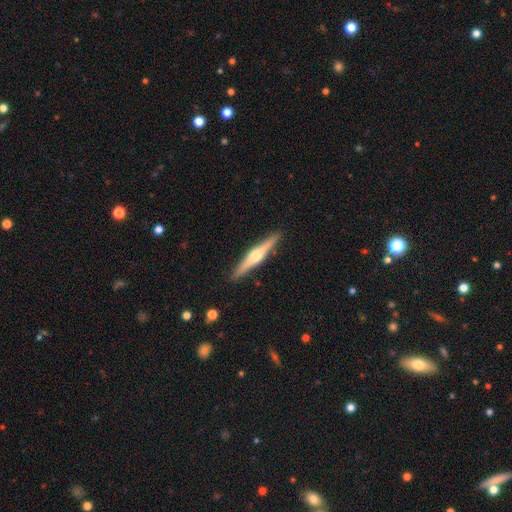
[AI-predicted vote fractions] smooth-or-featured: featured or disk: 75% | smooth: 20% | star or artifact: 5%
  disk-edge-on: yes: 98% | no: 2%
    edge-on-bulge: rounded: 92% | boxy: 5% | none: 3%
  merging: none: 91% | minor disturbance: 6% | major disturbance: 1% | merger: 1%